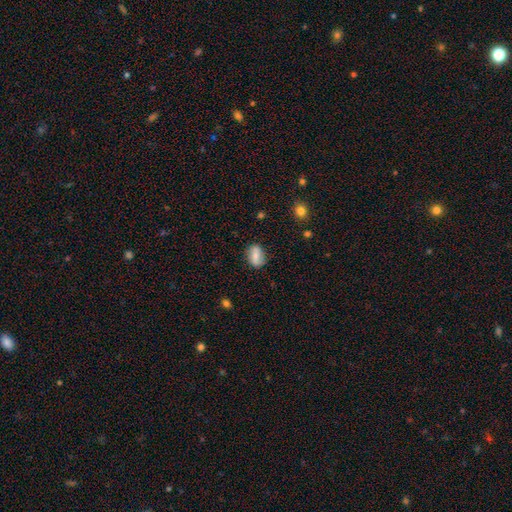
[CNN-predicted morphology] type=smooth (61%); roundness=in between (73%); merging=none (79%).